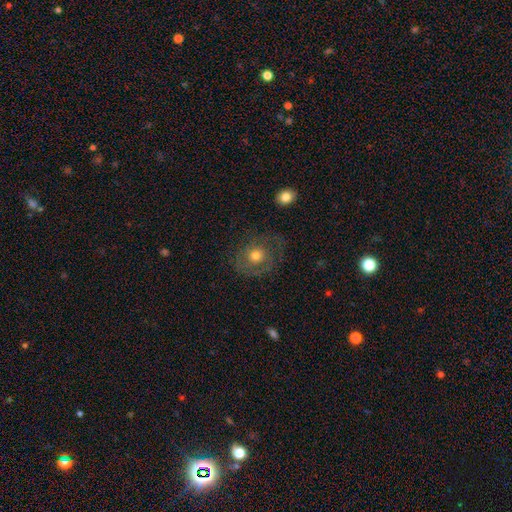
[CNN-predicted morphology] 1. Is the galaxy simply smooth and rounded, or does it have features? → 45% featured or disk (tied), 45% smooth (tied), 10% star or artifact.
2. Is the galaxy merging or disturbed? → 64% none, 18% minor disturbance, 16% major disturbance, 2% merger.